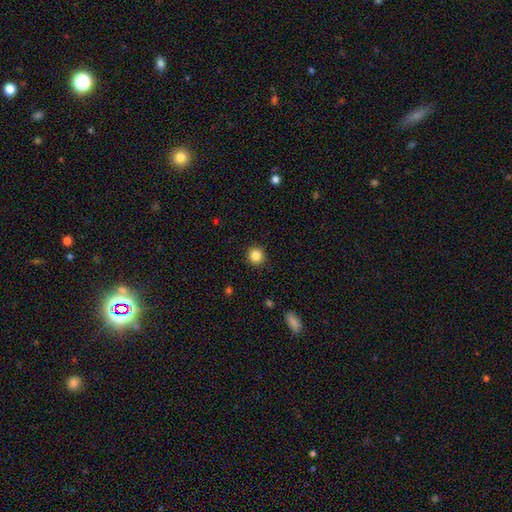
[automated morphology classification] smooth 85%, star or artifact 11%, featured or disk 5%. Down the decision tree: how rounded — round (91%); merging — none (91%).